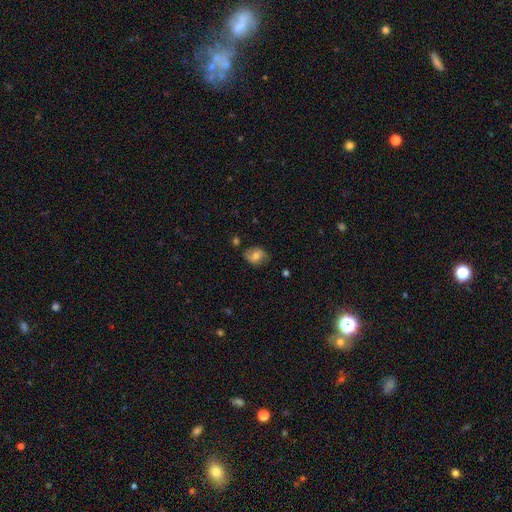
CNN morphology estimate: smooth-or-featured: smooth: 54% | featured or disk: 37% | star or artifact: 9%
  how-rounded: in between: 62% | round: 37% | cigar-shaped: 1%
  merging: none: 72% | minor disturbance: 20% | major disturbance: 5% | merger: 2%